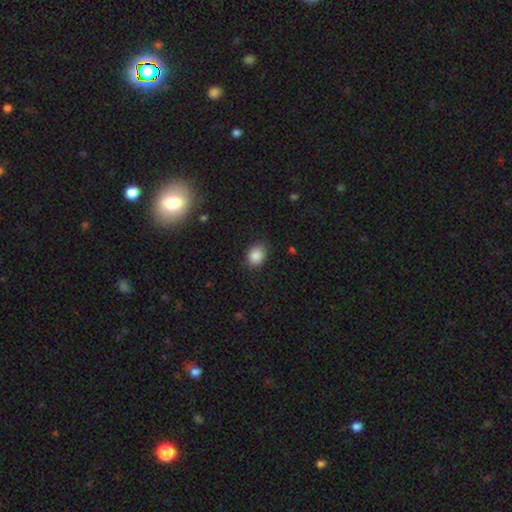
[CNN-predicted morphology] smooth-or-featured: smooth: 87% | star or artifact: 9% | featured or disk: 4%
  how-rounded: round: 51% | in between: 48% | cigar-shaped: 1%
  merging: none: 83% | minor disturbance: 12% | major disturbance: 3% | merger: 1%